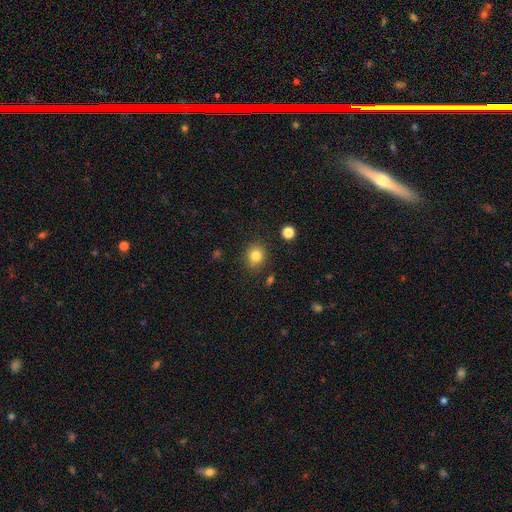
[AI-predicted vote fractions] Q: Smooth or featured?
A: smooth (83%); runner-up: star or artifact (11%)
Q: How rounded?
A: round (77%); runner-up: in between (23%)
Q: Merging?
A: none (86%); runner-up: minor disturbance (9%)